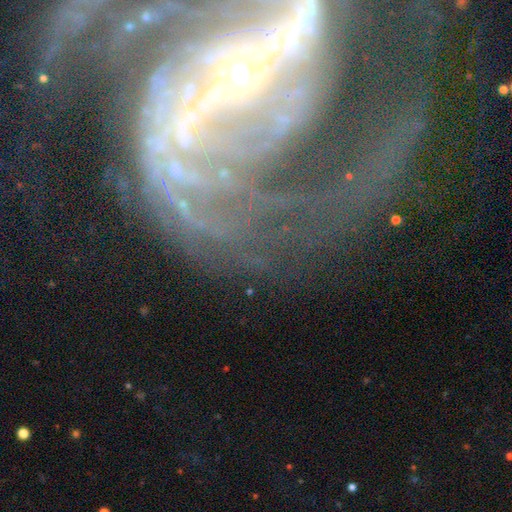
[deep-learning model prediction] A featured or disk galaxy (88%) with a strong bar (66%), 2 (54%) medium (42%) spiral arms (94%) and a small central bulge (80%). Merging: none (45%).